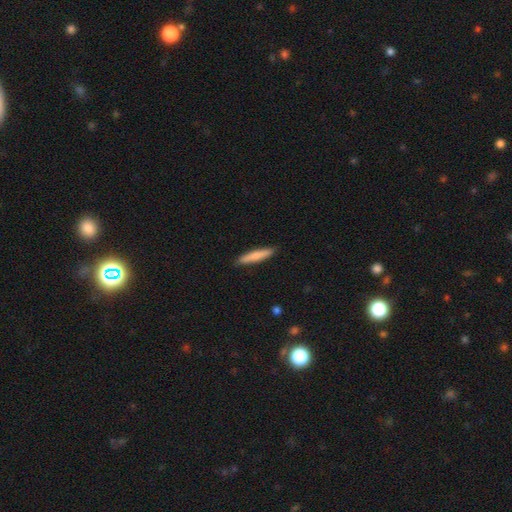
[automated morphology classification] The model was most divided on "smooth or featured": smooth: 78%, featured or disk: 16%, star or artifact: 5%. More confident: merging — none (90%); how rounded — cigar-shaped (90%).